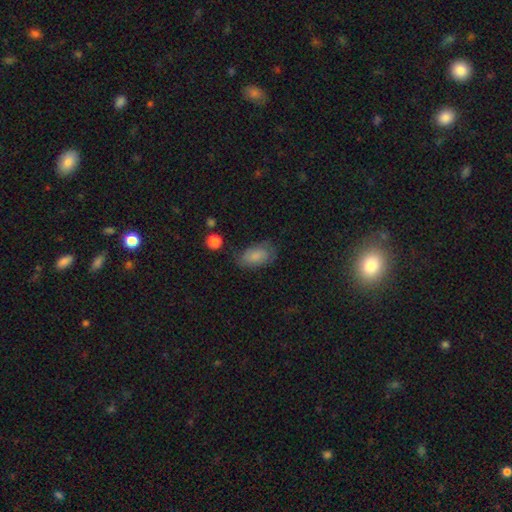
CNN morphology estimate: Smooth or featured: smooth — 68% (featured or disk — 23%)
How rounded: in between — 91% (round — 7%)
Merging: none — 66% (minor disturbance — 24%)